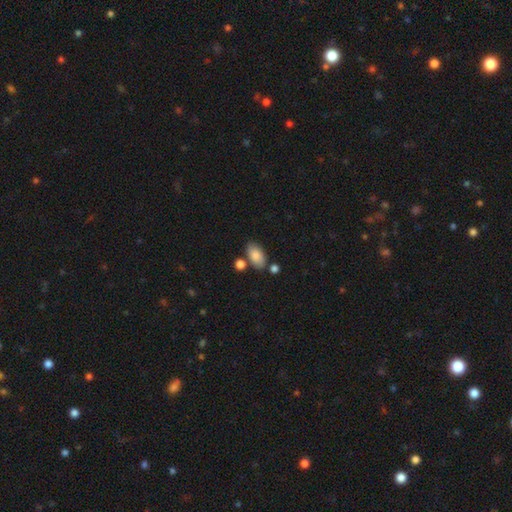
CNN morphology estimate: Smooth or featured? Predicted: smooth (p=0.83). How rounded? Predicted: in between (p=0.93). Merging? Predicted: none (p=0.71).